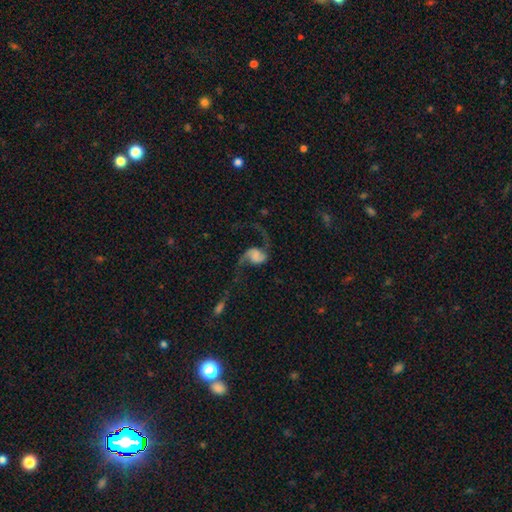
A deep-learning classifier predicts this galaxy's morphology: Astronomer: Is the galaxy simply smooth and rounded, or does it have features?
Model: featured or disk — 83%.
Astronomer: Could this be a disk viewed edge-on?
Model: no — 98%.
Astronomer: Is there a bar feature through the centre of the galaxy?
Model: no — 58%.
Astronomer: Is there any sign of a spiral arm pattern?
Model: yes — 95%.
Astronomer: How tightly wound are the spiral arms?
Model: loose — 86%.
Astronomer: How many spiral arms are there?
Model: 2 — 92%.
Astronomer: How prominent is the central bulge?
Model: none — 52%.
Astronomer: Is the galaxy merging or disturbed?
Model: none — 58%.